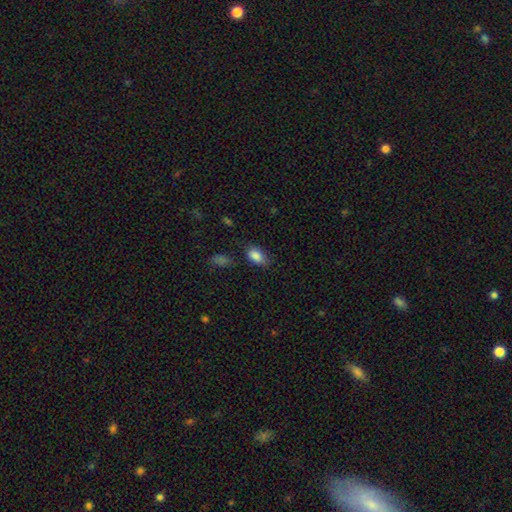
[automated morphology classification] type=smooth (85%); roundness=in between (88%); merging=none (68%).